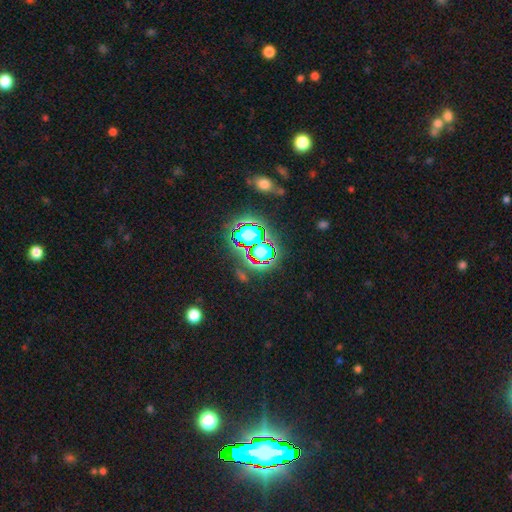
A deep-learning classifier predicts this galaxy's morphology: star or artifact 70%, smooth 18%, featured or disk 12%.